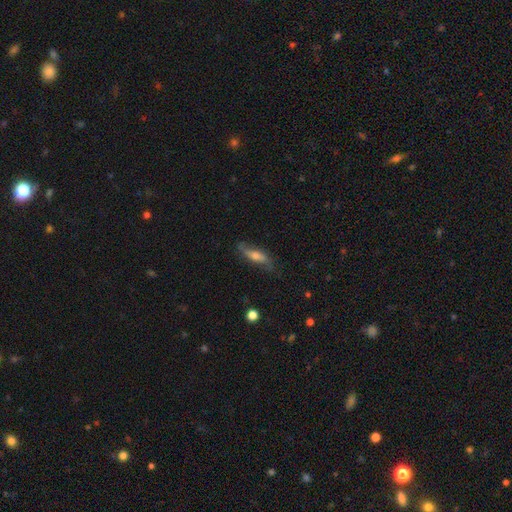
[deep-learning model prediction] The model was most divided on "edge-on disk": no: 59%, yes: 41%. More confident: merging — none (73%); smooth or featured — featured or disk (59%).